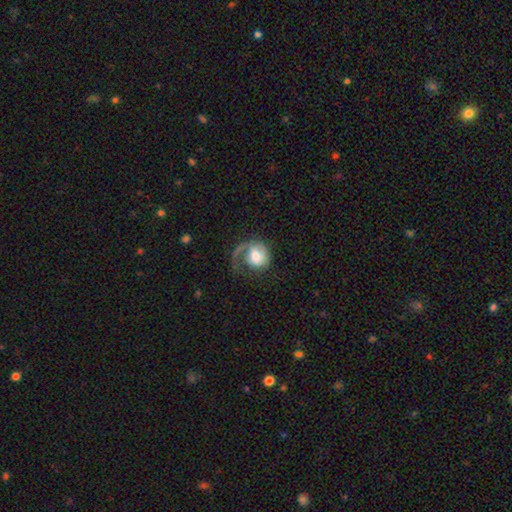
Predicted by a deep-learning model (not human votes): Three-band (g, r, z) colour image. It shows a featured or disk galaxy (57%) with no bar (66%), spiral arms (84%) and a moderate central bulge (59%). Merging: major disturbance (42%).